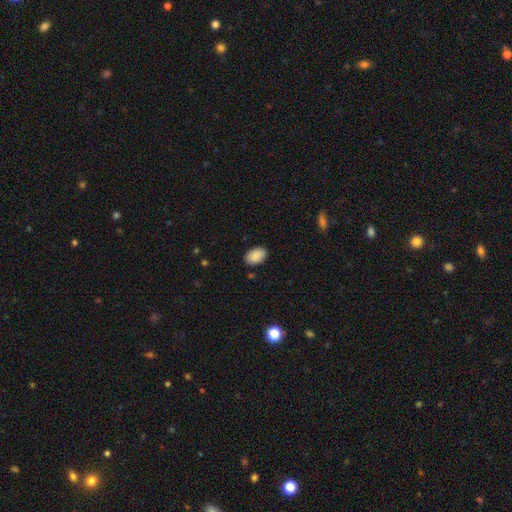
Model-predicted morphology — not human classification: Smooth or featured: smooth — 90% (star or artifact — 7%)
How rounded: in between — 90% (round — 8%)
Merging: none — 87% (minor disturbance — 9%)